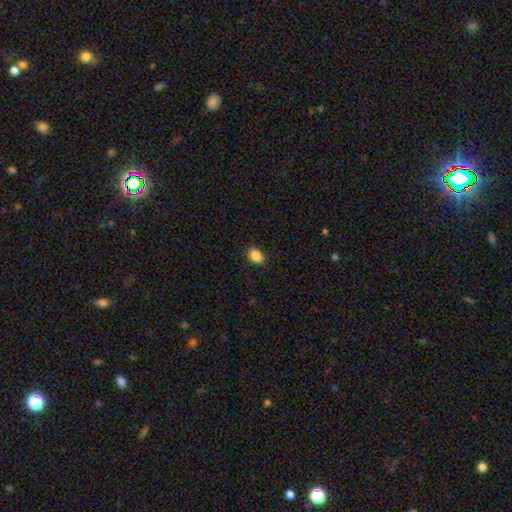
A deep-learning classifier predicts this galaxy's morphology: smooth 88%, star or artifact 9%, featured or disk 4%. Down the decision tree: how rounded — in between (79%); merging — none (88%).